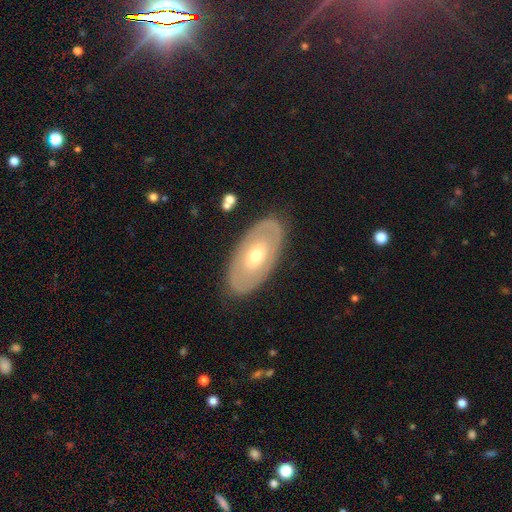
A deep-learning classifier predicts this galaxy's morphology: type=featured or disk (53%); edge-on=no (87%); merging=none (85%).